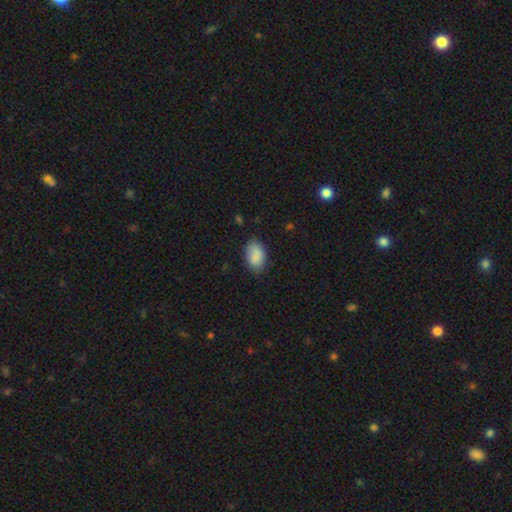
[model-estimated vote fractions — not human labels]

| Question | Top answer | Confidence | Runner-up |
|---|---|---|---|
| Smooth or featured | smooth | 88% | star or artifact (7%) |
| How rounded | in between | 89% | round (9%) |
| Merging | none | 75% | minor disturbance (19%) |